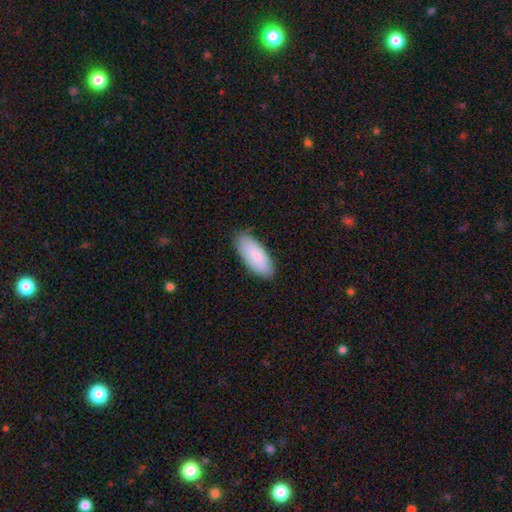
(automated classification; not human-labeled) A smooth galaxy with no disk features (82%) that is in between round and cigar-shaped (85%). Merging: none (85%).